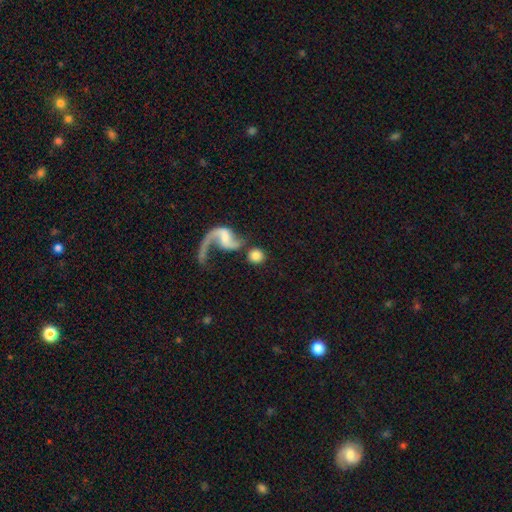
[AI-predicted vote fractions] smooth-or-featured: smooth: 69% | featured or disk: 24% | star or artifact: 7%
  how-rounded: round: 88% | in between: 10% | cigar-shaped: 2%
  merging: none: 59% | merger: 22% | minor disturbance: 10% | major disturbance: 9%